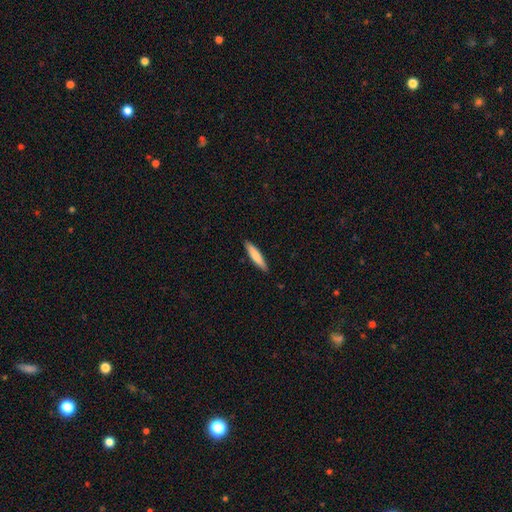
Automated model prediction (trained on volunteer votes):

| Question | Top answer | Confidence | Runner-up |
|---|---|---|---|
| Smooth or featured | smooth | 76% | featured or disk (19%) |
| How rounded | cigar-shaped | 86% | in between (13%) |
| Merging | none | 90% | minor disturbance (7%) |